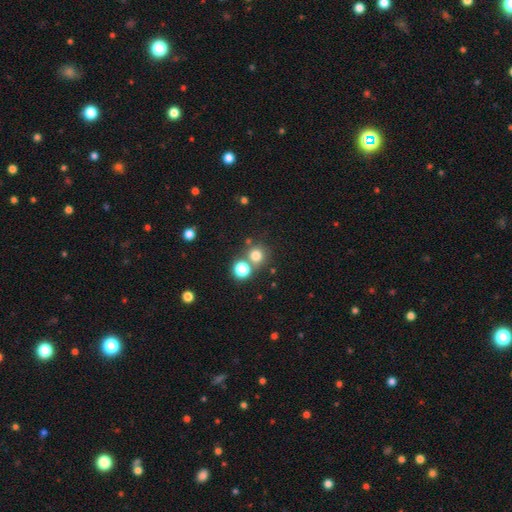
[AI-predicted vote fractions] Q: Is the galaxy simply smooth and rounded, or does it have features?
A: smooth — 76%.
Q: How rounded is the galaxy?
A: round — 91%.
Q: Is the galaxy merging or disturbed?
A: none — 66%.